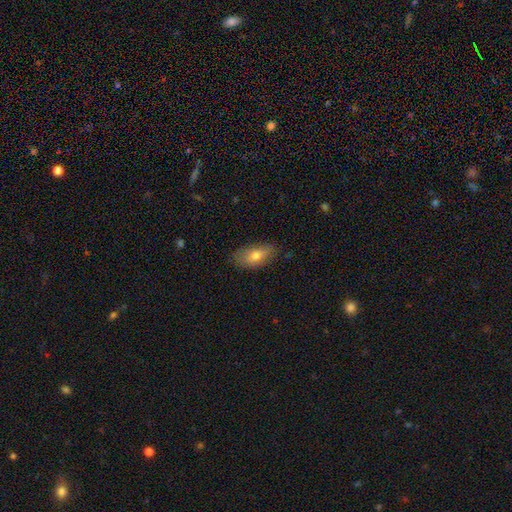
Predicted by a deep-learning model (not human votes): Smooth or featured? smooth (73%)
How rounded? in between (89%)
Merging? none (76%)